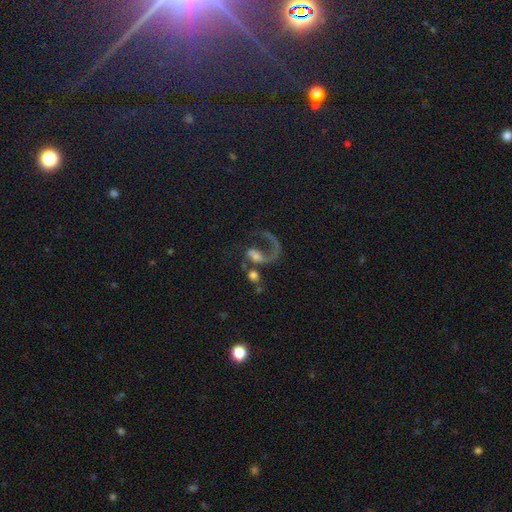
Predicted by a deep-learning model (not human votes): A featured or disk galaxy (70%) with no bar (54%), 1 (81%) loose (67%) spiral arms (82%) and a moderate central bulge (31%, tied with small).

Vote fractions:
- Smooth or featured? featured or disk: 70% / smooth: 19% / star or artifact: 11%
- Edge-on disk? no: 97% / yes: 3%
- Bar? no: 54% / weak: 32% / strong: 14%
- Spiral arms? yes: 82% / no: 18%
- Spiral winding? loose: 67% / medium: 25% / tight: 8%
- Spiral arm count? 1: 81% / 2: 12% / can't tell: 3% / 3: 1% / 4: 1% / more than 4: 1%
- Bulge size? moderate: 31% (tied) / small: 31% (tied) / none: 22% / large: 12% / dominant: 4%
- Merging? major disturbance: 37% / none: 28% / merger: 26% / minor disturbance: 10%